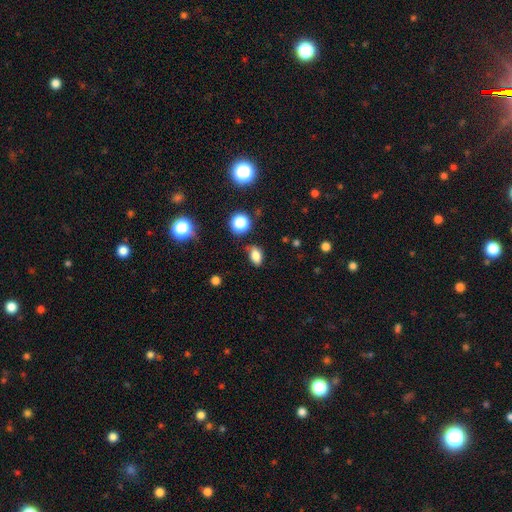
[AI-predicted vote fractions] A smooth galaxy with no disk features (80%) that is in between round and cigar-shaped (84%). Merging: none (76%).